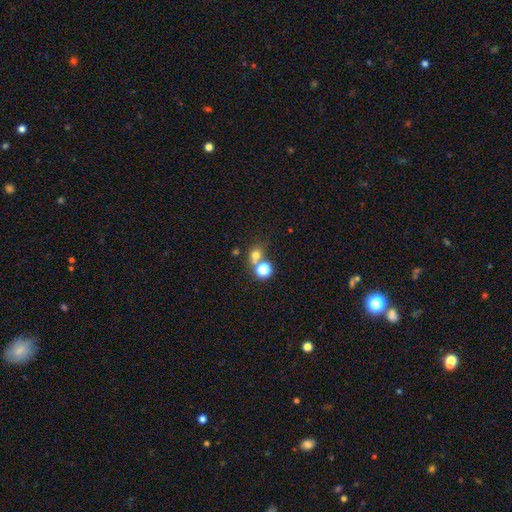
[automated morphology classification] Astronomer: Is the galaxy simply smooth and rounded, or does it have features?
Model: smooth — 68%.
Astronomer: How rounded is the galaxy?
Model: round — 78%.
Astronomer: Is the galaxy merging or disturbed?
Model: none — 51% (runner-up: merger, 37%).